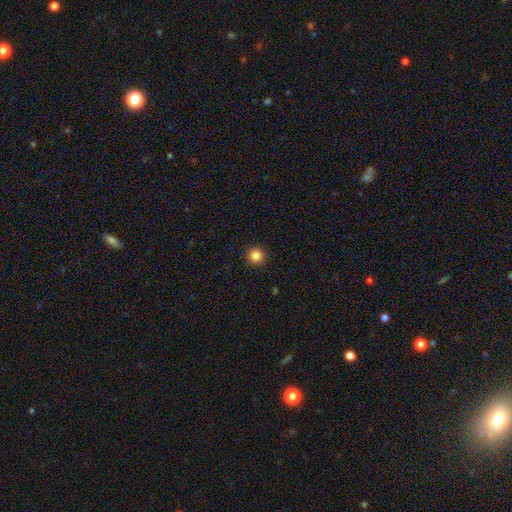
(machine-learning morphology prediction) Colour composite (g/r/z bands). It shows a smooth galaxy with no disk features (85%) that is round (96%). Merging: none (93%).